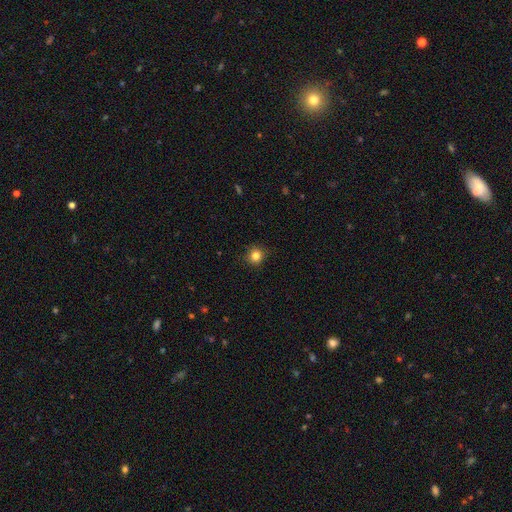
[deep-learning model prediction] This appears to be a smooth galaxy with no disk features (82%) that is round (91%). Merging: none (90%).